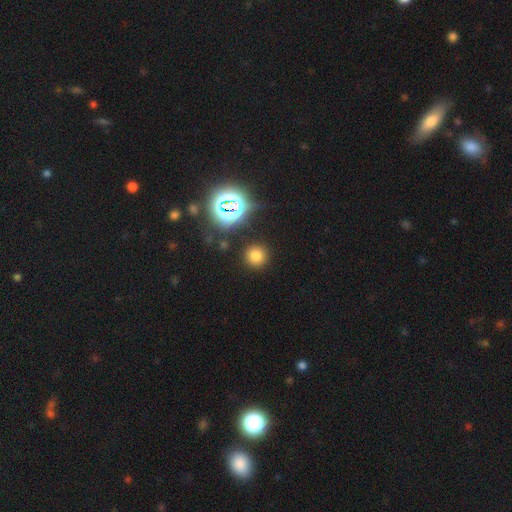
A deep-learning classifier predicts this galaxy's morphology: This is likely a smooth galaxy (72%). How rounded: clearly round (93%). Merging: clearly none (89%).